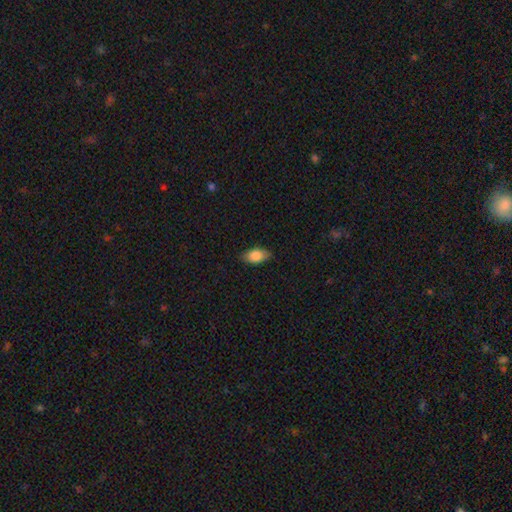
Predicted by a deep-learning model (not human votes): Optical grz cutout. It shows a smooth galaxy with no disk features (83%) that is in between round and cigar-shaped (90%). Merging: none (83%).